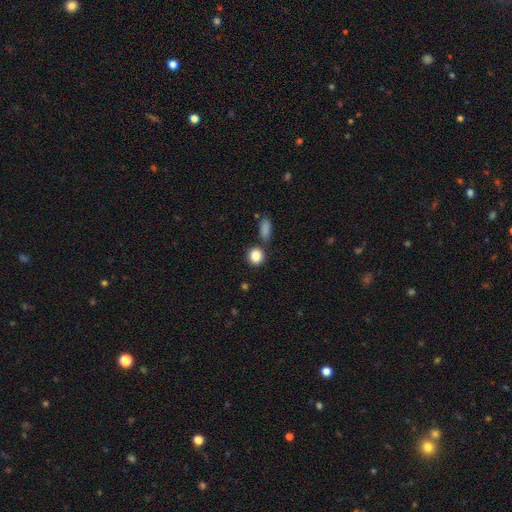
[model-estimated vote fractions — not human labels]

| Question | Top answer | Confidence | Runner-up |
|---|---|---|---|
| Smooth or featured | smooth | 86% | star or artifact (9%) |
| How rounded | round | 83% | in between (15%) |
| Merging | none | 77% | merger (10%) |